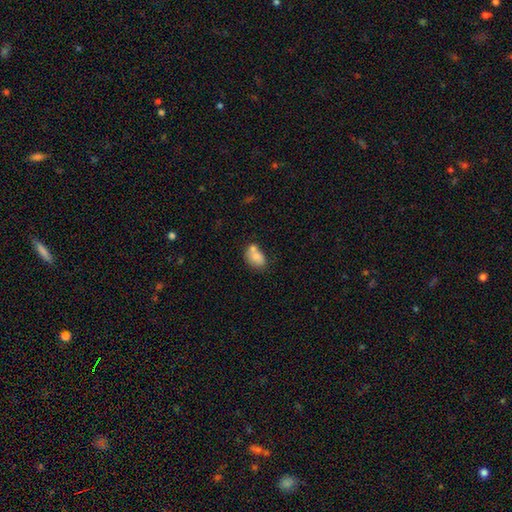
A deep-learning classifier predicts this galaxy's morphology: smooth-or-featured: smooth: 76% | featured or disk: 16% | star or artifact: 8%
  how-rounded: in between: 79% | round: 20% | cigar-shaped: 1%
  merging: merger: 43% | none: 35% | minor disturbance: 16% | major disturbance: 6%